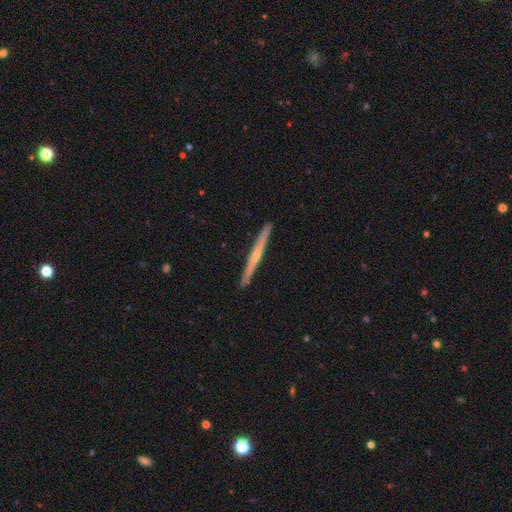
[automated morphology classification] The model was most divided on "edge-on bulge": rounded: 57%, none: 39%, boxy: 4%. More confident: edge-on disk — yes (98%); merging — none (92%); smooth or featured — featured or disk (66%).